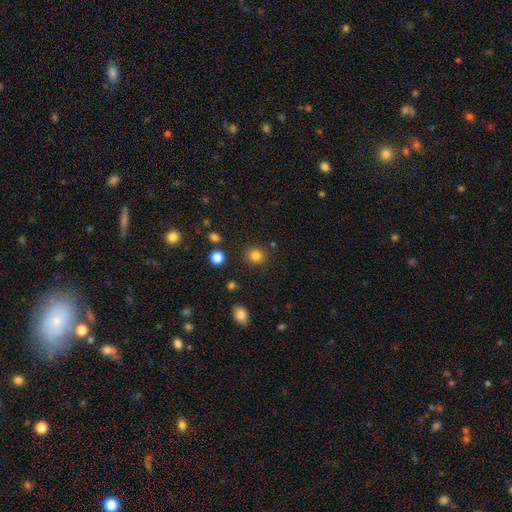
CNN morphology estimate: Smooth or featured? smooth (83%)
How rounded? round (83%)
Merging? none (87%)